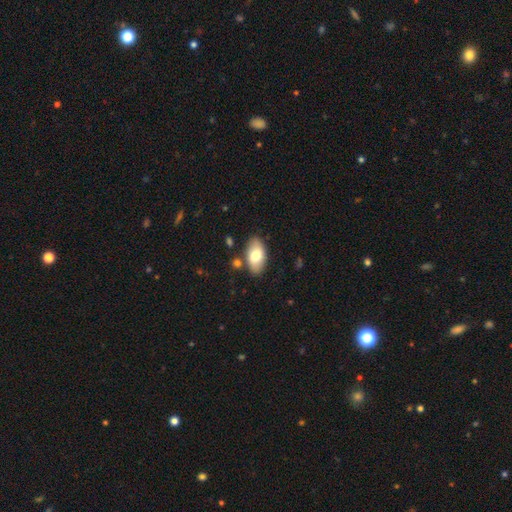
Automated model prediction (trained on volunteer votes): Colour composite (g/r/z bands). It shows a smooth galaxy with no disk features (73%) that is in between round and cigar-shaped (94%). Merging: none (82%).